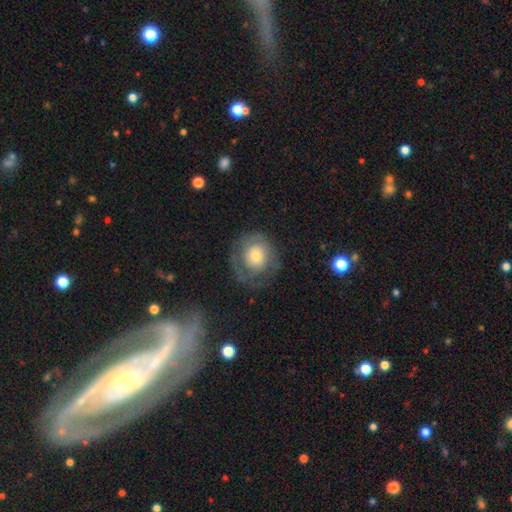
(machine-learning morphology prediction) Smooth or featured? featured or disk (47%)
Merging? none (64%)